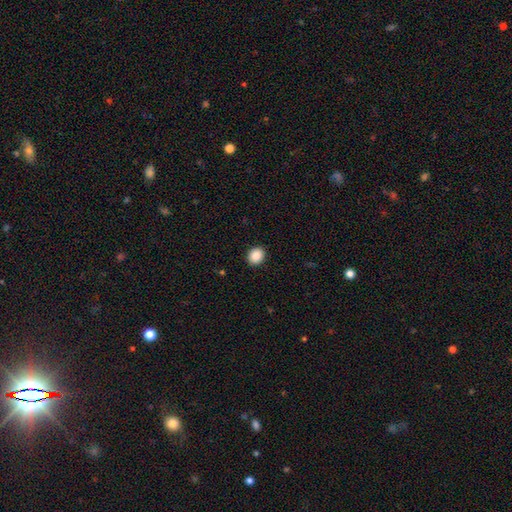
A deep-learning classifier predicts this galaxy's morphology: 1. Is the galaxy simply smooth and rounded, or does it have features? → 88% smooth, 8% star or artifact, 4% featured or disk.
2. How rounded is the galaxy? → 61% round, 38% in between, 1% cigar-shaped.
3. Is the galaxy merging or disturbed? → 92% none, 6% minor disturbance, 2% major disturbance, 1% merger.